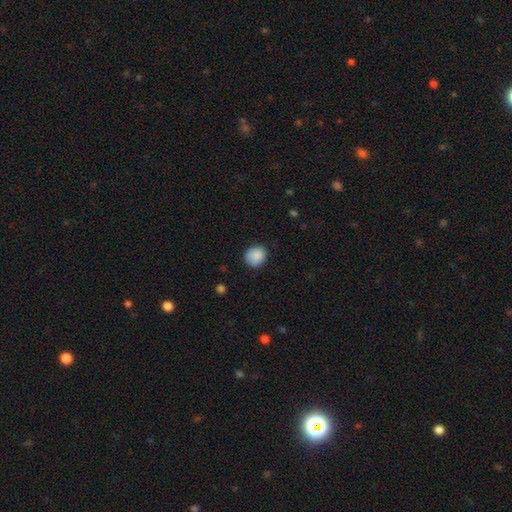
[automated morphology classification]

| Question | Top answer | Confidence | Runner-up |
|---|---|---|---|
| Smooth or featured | smooth | 88% | star or artifact (8%) |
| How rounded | round | 77% | in between (22%) |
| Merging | none | 80% | minor disturbance (16%) |